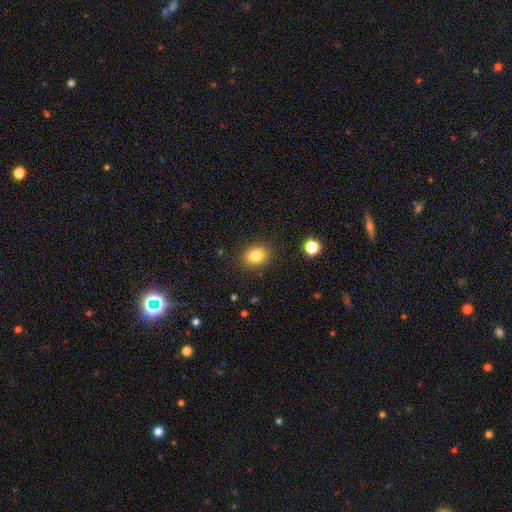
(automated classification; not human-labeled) Morphology: type=smooth (82%); roundness=in between (56%); merging=none (86%).